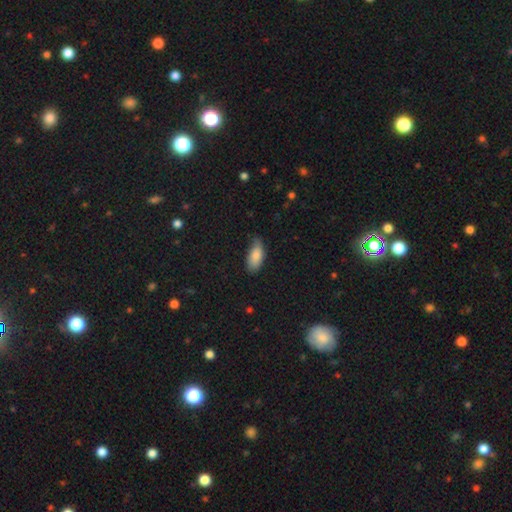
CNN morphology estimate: Overall: smooth (86%). How rounded: in between (89%). Merging: none (62%; minor disturbance 32%).